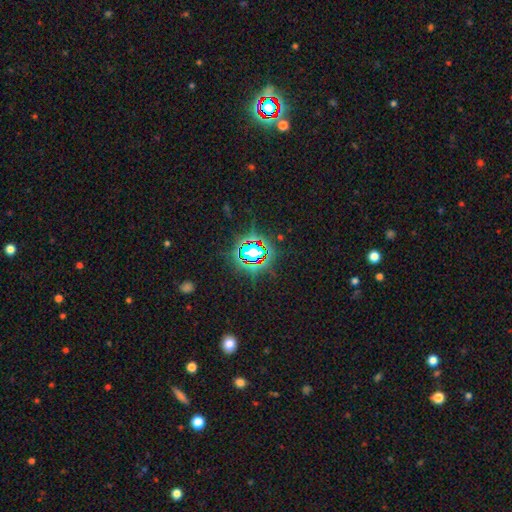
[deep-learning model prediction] Overall: star or artifact (75%).